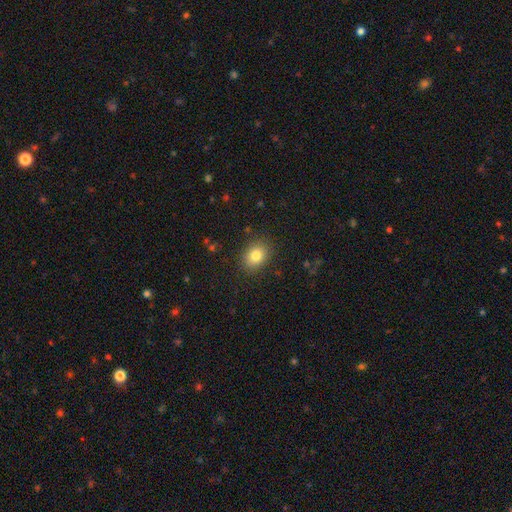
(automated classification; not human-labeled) smooth-or-featured: smooth: 82% | star or artifact: 10% | featured or disk: 8%
  how-rounded: in between: 60% | round: 39% | cigar-shaped: 1%
  merging: none: 86% | minor disturbance: 10% | major disturbance: 3% | merger: 1%